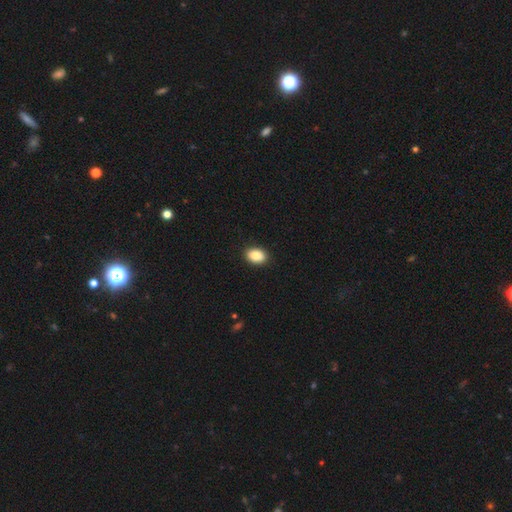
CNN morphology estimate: Overall: smooth (87%). How rounded: in between (79%). Merging: none (91%).